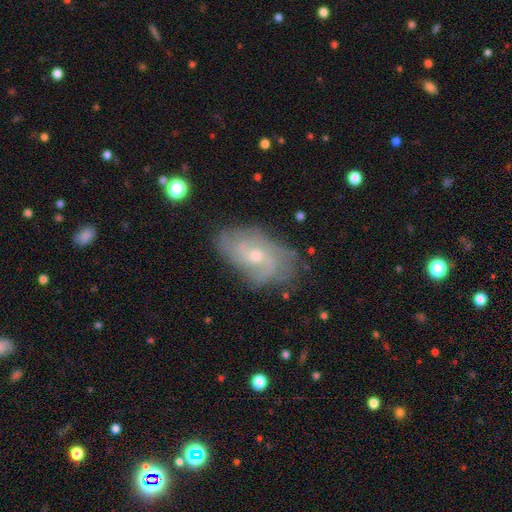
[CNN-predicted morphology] Overall: featured or disk (76%). Edge-on disk: no (95%). Bar: no (66%; weak 30%). Spiral arms: yes (89%). Spiral arm count: can't tell (37%; 2 32%). Spiral winding: tight (43%; medium 40%). Bulge size: small (48%; moderate 47%). Merging: none (67%).